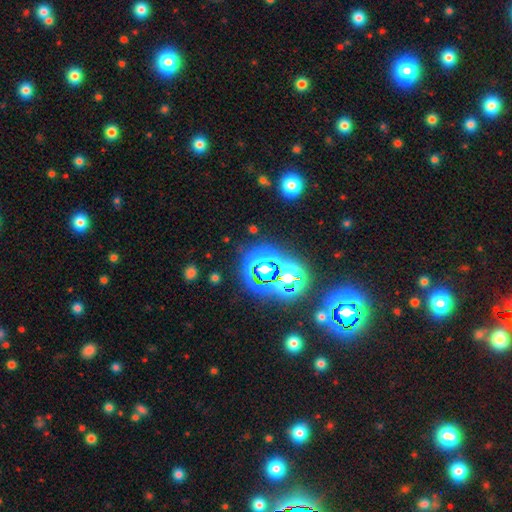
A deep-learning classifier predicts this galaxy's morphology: type=star or artifact (75%).